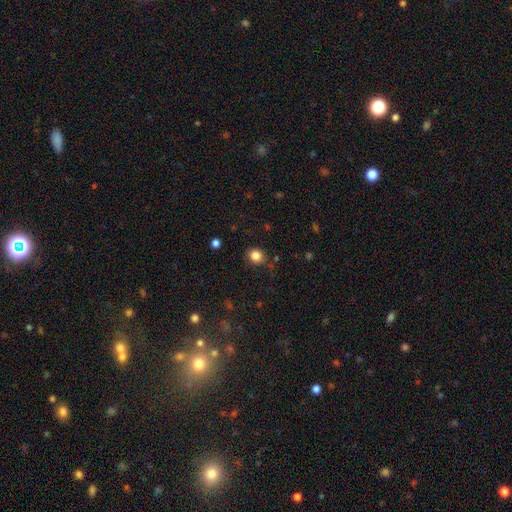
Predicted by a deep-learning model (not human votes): smooth_or_featured: smooth (p=0.84) [alt: star or artifact p=0.11]
how_rounded: round (p=0.76) [alt: in between p=0.23]
merging: none (p=0.81) [alt: minor disturbance p=0.13]